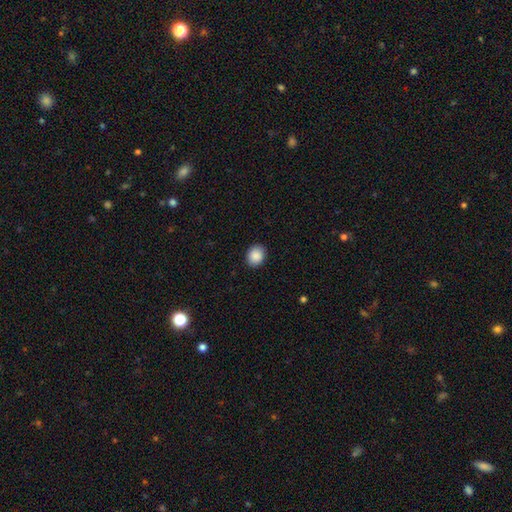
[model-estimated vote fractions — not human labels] smooth 89%, star or artifact 8%, featured or disk 3%. Down the decision tree: how rounded — round (53%); merging — none (90%).